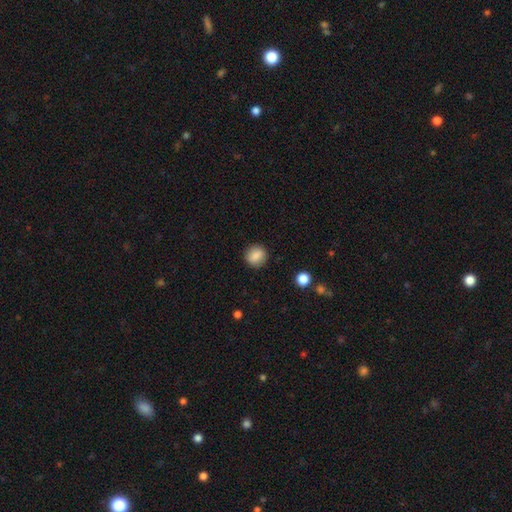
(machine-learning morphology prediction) Smooth or featured? Predicted: smooth (p=0.85). How rounded? Predicted: round (p=0.84). Merging? Predicted: none (p=0.88).